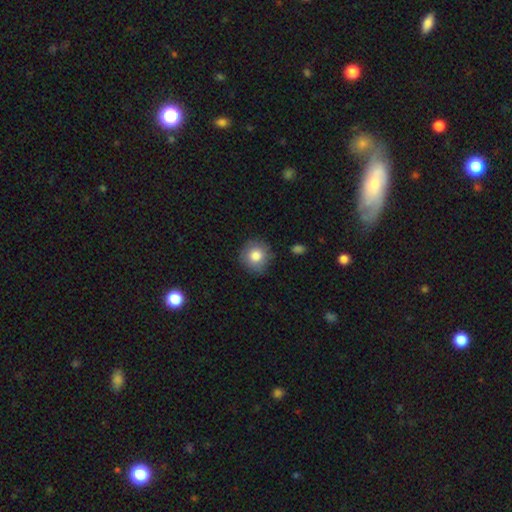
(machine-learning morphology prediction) The model was most divided on "smooth or featured": smooth: 82%, featured or disk: 10%, star or artifact: 9%. More confident: how rounded — round (92%); merging — none (85%).